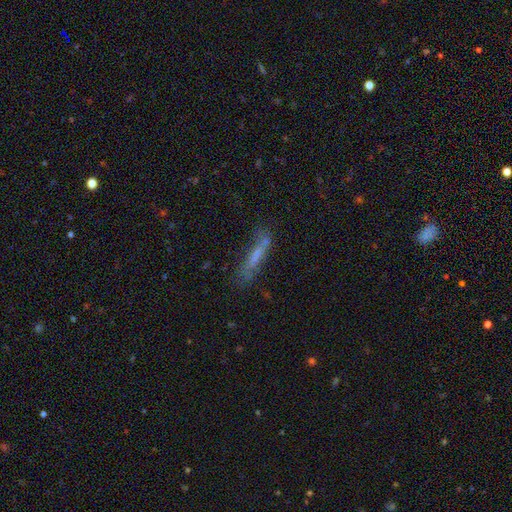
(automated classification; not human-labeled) smooth_or_featured: smooth (p=0.53) [alt: featured or disk p=0.36]
how_rounded: cigar-shaped (p=0.88) [alt: in between p=0.10]
merging: none (p=0.58) [alt: minor disturbance p=0.22]